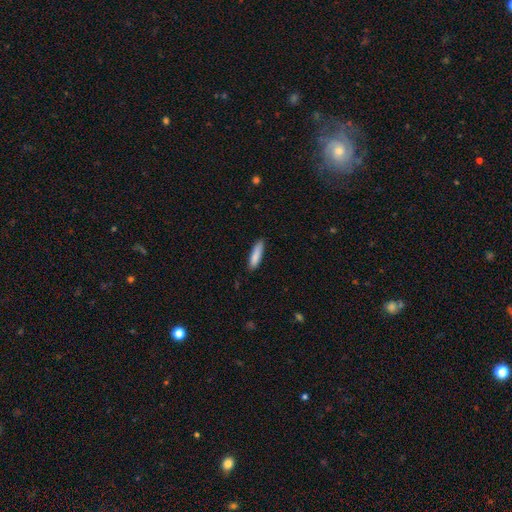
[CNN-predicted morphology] smooth-or-featured: smooth: 86% | featured or disk: 8% | star or artifact: 6%
  how-rounded: cigar-shaped: 77% | in between: 22% | round: 1%
  merging: none: 85% | minor disturbance: 12% | major disturbance: 2% | merger: 1%